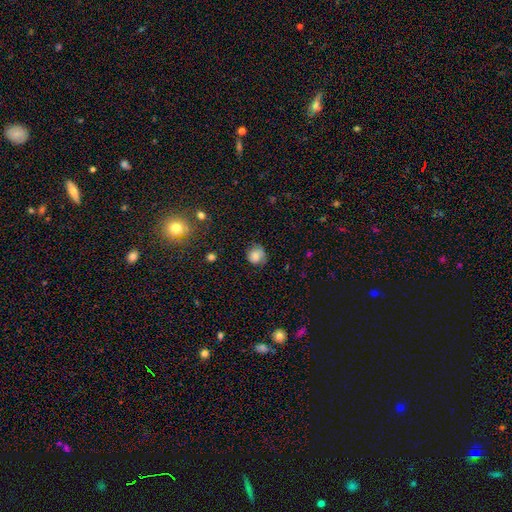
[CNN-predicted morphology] The model was most divided on "merging": none: 67%, minor disturbance: 25%, major disturbance: 7%, merger: 2%. More confident: how rounded — round (85%); smooth or featured — smooth (77%).